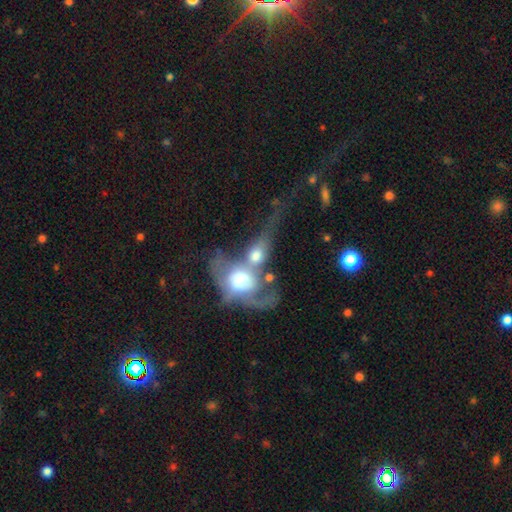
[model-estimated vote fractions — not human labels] smooth_or_featured: featured or disk (p=0.51) [alt: smooth p=0.39]
disk_edge_on: no (p=0.84) [alt: yes p=0.16]
merging: merger (p=0.72) [alt: major disturbance p=0.15]